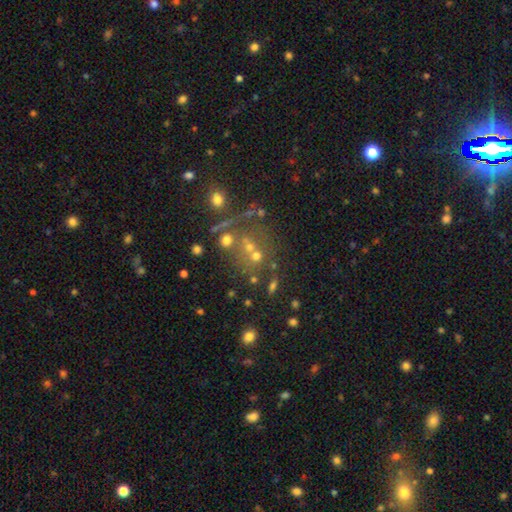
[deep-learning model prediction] Smooth or featured?
  - smooth: 50% *
  - star or artifact: 28%
  - featured or disk: 22%
Merging?
  - none: 49% *
  - merger: 33%
  - minor disturbance: 10%
  - major disturbance: 7%